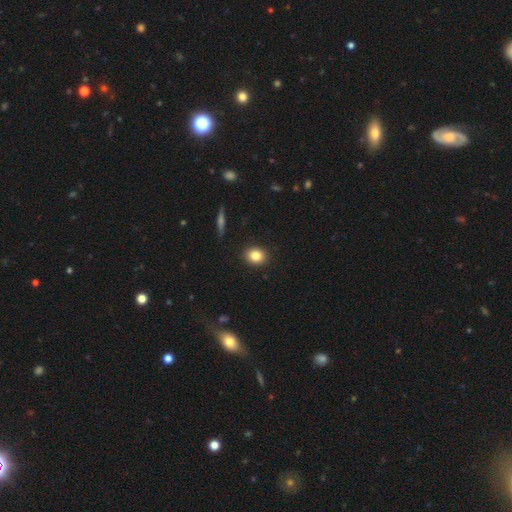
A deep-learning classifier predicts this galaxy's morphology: This appears to be a smooth galaxy with no disk features (83%) that is round (65%). Merging: none (91%).